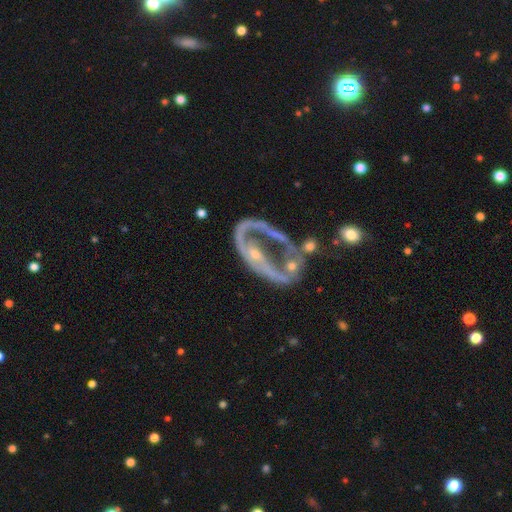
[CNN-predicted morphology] Smooth or featured? Predicted: featured or disk (p=0.80). Edge-on disk? Predicted: no (p=0.93). Bar? Predicted: no (p=0.67). Spiral arms? Predicted: yes (p=0.53). Bulge size? Predicted: small (p=0.67). Merging? Predicted: major disturbance (p=0.43).